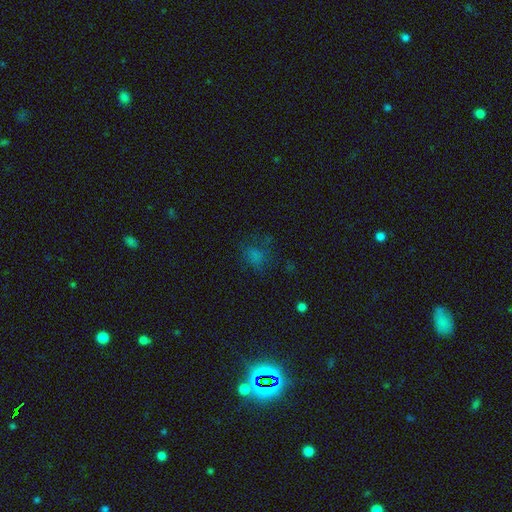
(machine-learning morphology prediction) smooth 65%, star or artifact 24%, featured or disk 11%. Down the decision tree: how rounded — round (50%); merging — none (57%).